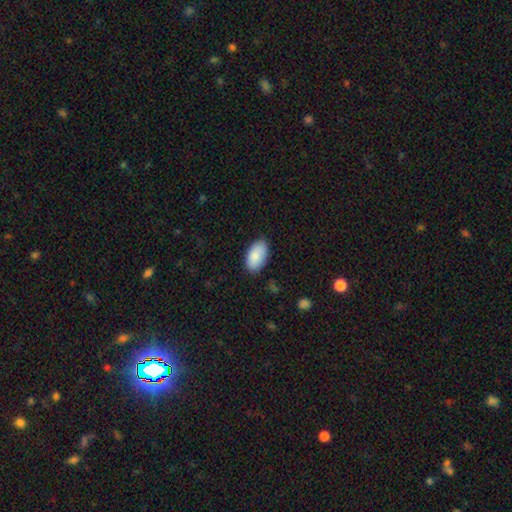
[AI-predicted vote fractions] A smooth galaxy with no disk features (89%) that is in between round and cigar-shaped (96%). Merging: none (85%).